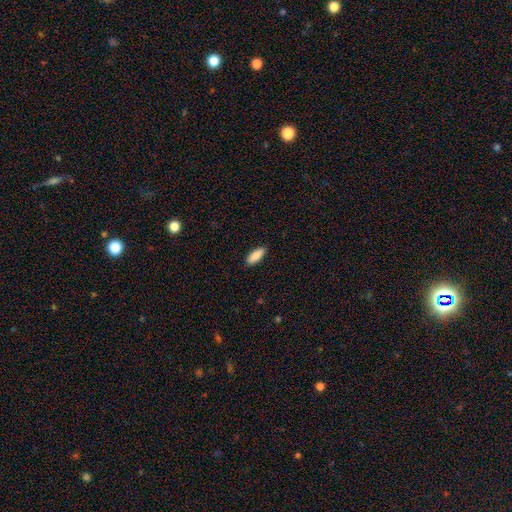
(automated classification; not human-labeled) Smooth or featured? Predicted: smooth (p=0.87). How rounded? Predicted: in between (p=0.69). Merging? Predicted: none (p=0.89).